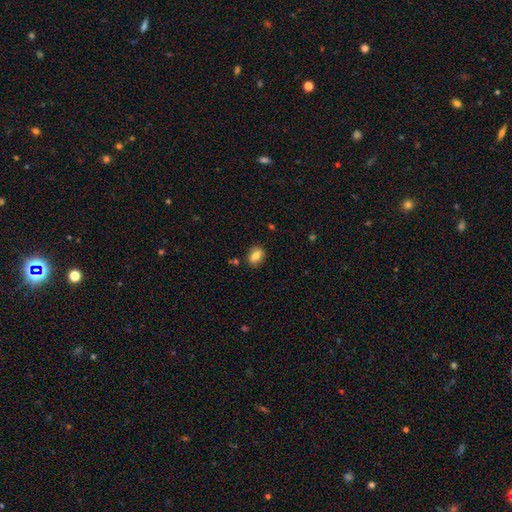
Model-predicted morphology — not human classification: A smooth galaxy with no disk features (73%) that is in between round and cigar-shaped (65%). Merging: none (82%).